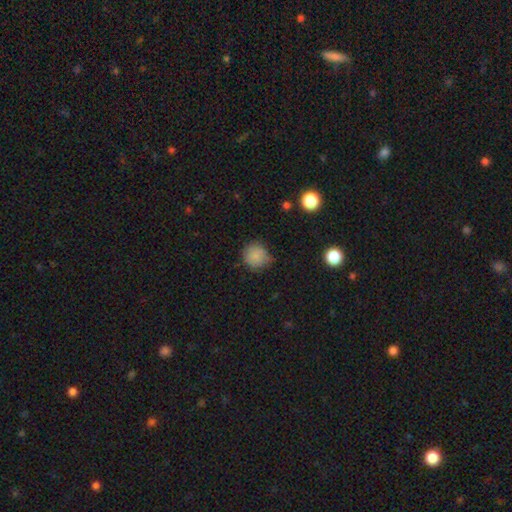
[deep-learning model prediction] This appears to be a smooth galaxy with no disk features (83%) that is round (88%). Merging: none (65%).